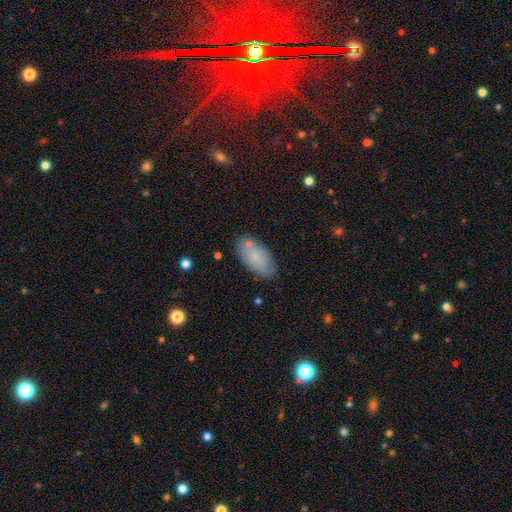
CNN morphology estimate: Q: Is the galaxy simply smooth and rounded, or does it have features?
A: smooth — 80%.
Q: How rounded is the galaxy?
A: in between — 94%.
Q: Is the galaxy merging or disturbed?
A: none — 78%.